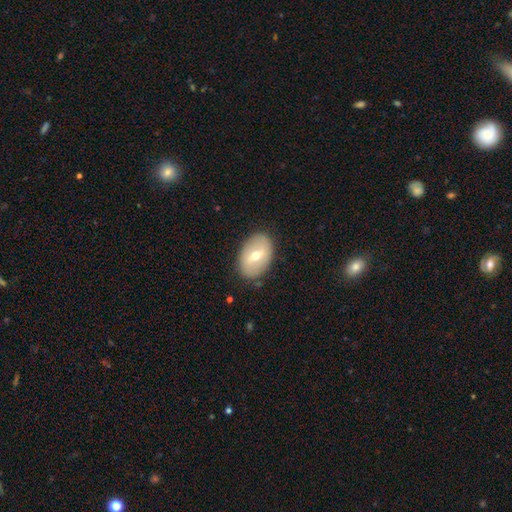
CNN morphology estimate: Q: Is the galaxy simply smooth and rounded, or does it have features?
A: smooth — 50%.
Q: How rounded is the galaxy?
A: in between — 85%.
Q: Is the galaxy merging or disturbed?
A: none — 85%.